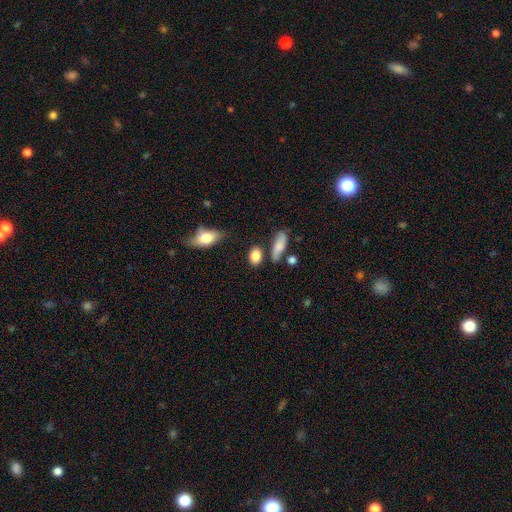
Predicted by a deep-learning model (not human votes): Overall: smooth (84%). How rounded: in between (73%). Merging: none (67%).